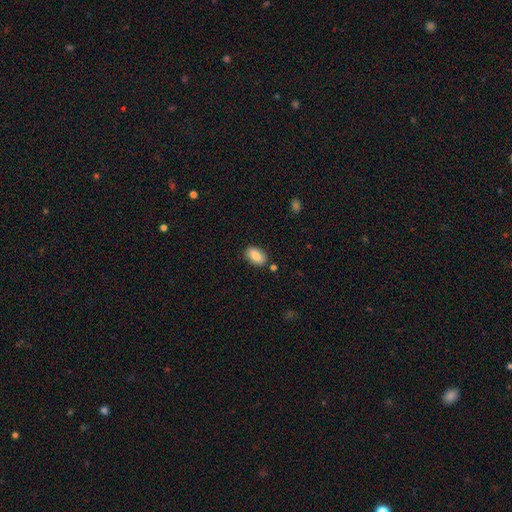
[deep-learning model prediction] The model was most divided on "merging": none: 83%, minor disturbance: 11%, merger: 3%, major disturbance: 2%. More confident: how rounded — in between (91%); smooth or featured — smooth (84%).